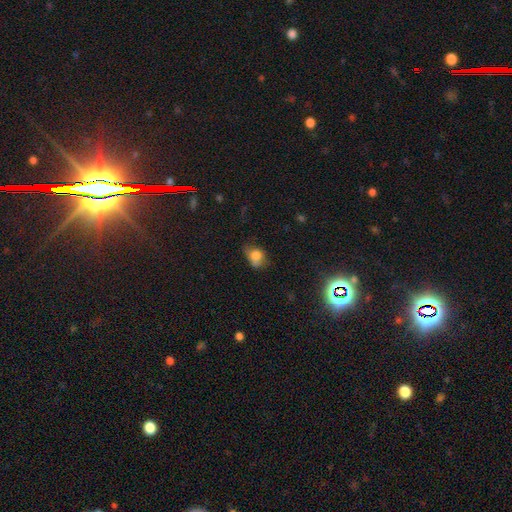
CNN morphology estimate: Smooth or featured? Predicted: smooth (p=0.74). How rounded? Predicted: in between (p=0.59). Merging? Predicted: none (p=0.42).